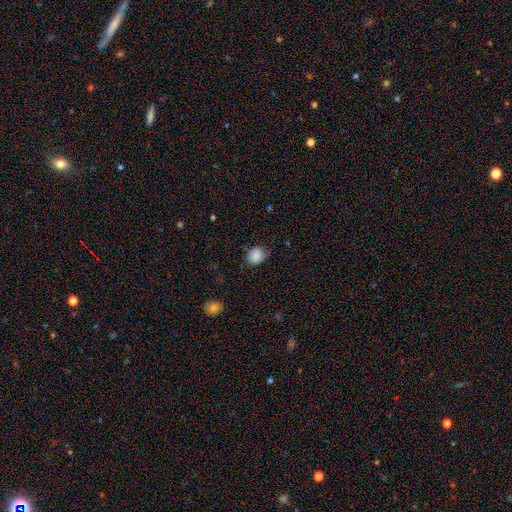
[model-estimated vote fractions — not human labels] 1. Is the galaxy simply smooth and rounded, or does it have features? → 85% smooth, 9% star or artifact, 6% featured or disk.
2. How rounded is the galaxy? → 64% round, 35% in between, 1% cigar-shaped.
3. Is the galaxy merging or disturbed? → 69% none, 24% minor disturbance, 6% major disturbance, 1% merger.